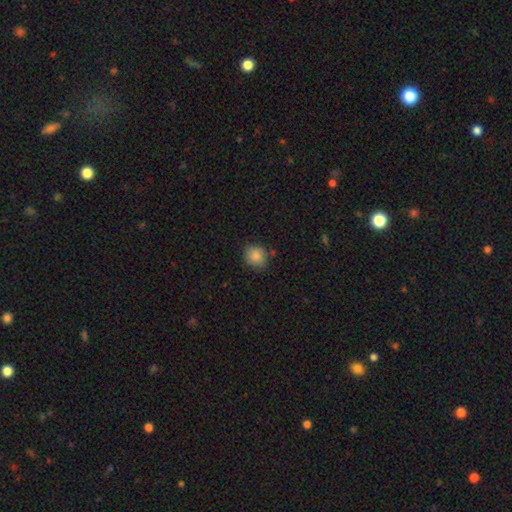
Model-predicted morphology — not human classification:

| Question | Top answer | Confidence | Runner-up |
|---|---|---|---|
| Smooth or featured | smooth | 86% | star or artifact (9%) |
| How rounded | round | 85% | in between (14%) |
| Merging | none | 79% | minor disturbance (15%) |